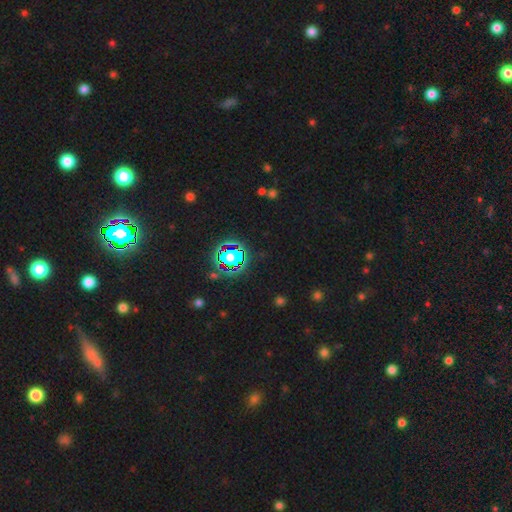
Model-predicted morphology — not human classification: This appears to be a star or artifact, not a galaxy (78%).